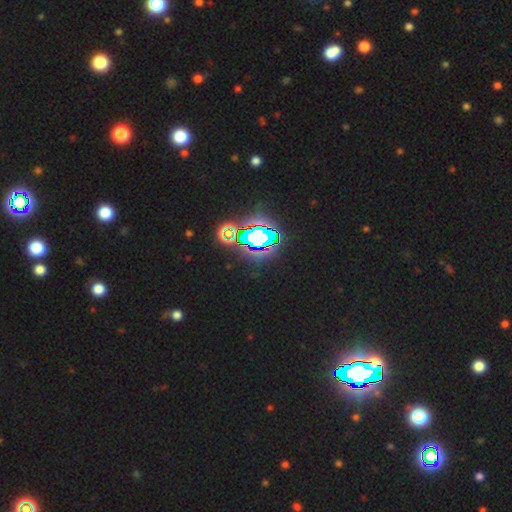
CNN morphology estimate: This appears to be a star or artifact, not a galaxy (83%).